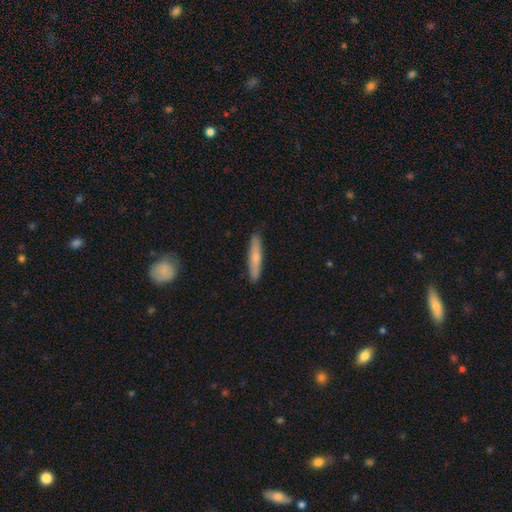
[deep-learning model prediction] Smooth or featured: smooth — 60% (featured or disk — 34%)
How rounded: cigar-shaped — 91% (in between — 7%)
Merging: none — 90% (minor disturbance — 8%)